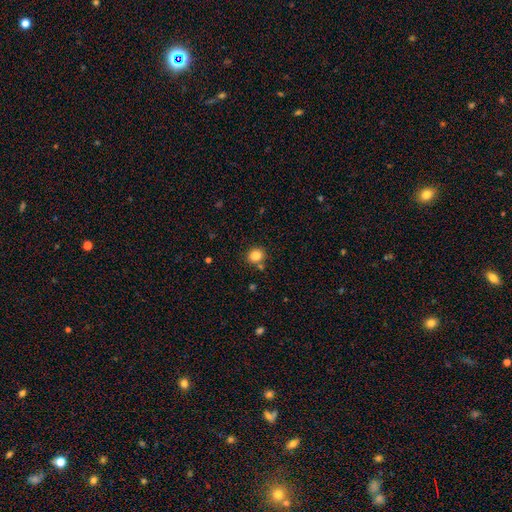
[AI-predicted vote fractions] A smooth galaxy with no disk features (84%) that is round (73%). Merging: none (79%).